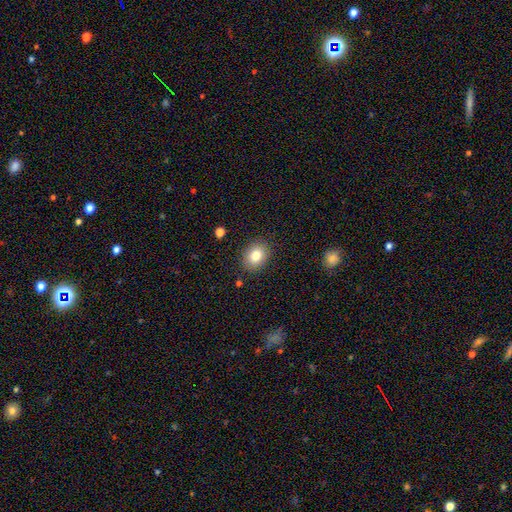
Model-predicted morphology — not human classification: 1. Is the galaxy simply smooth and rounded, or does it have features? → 82% smooth, 9% star or artifact, 9% featured or disk.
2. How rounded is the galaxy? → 54% in between, 46% round, 1% cigar-shaped.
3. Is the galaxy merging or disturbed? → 87% none, 9% minor disturbance, 3% major disturbance, 1% merger.